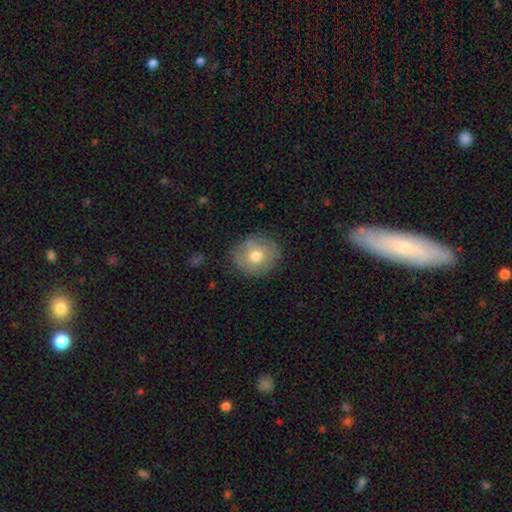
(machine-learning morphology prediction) Smooth or featured?
  - smooth: 65% *
  - featured or disk: 28%
  - star or artifact: 8%
How rounded?
  - round: 77% *
  - in between: 22%
  - cigar-shaped: 1%
Merging?
  - none: 80% *
  - minor disturbance: 14%
  - major disturbance: 4%
  - merger: 1%